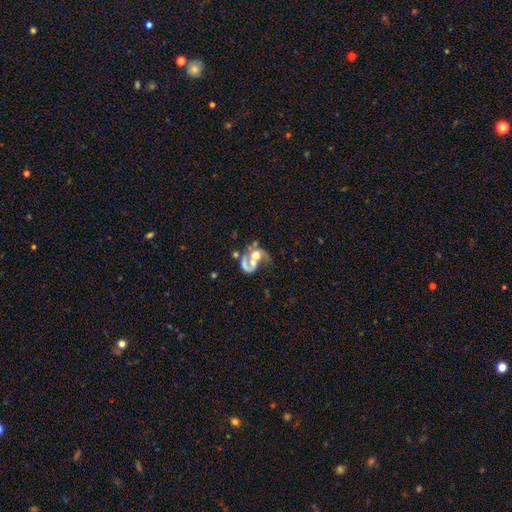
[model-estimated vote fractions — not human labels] Smooth or featured?
  - featured or disk: 67% *
  - smooth: 24%
  - star or artifact: 9%
Edge-on disk?
  - no: 98% *
  - yes: 2%
Bar?
  - no: 74% *
  - weak: 20%
  - strong: 6%
Spiral arms?
  - yes: 72% *
  - no: 28%
Bulge size?
  - moderate: 52% *
  - large: 22%
  - small: 14%
  - none: 9%
  - dominant: 3%
Merging?
  - merger: 55% *
  - major disturbance: 21%
  - none: 16%
  - minor disturbance: 8%